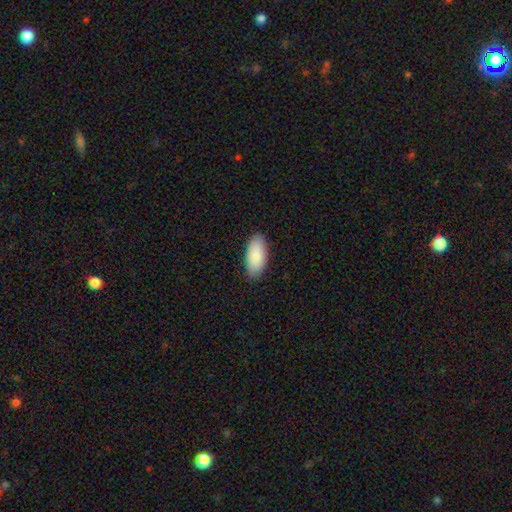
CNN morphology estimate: Q: Smooth or featured?
A: smooth (89%); runner-up: featured or disk (6%)
Q: How rounded?
A: in between (91%); runner-up: cigar-shaped (8%)
Q: Merging?
A: none (88%); runner-up: minor disturbance (9%)